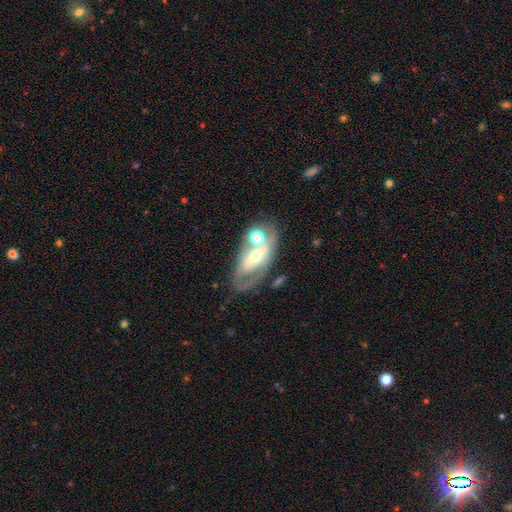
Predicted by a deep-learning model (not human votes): smooth_or_featured: featured or disk (p=0.69) [alt: smooth p=0.22]
disk_edge_on: no (p=0.87) [alt: yes p=0.13]
bar: strong (p=0.39) [alt: no p=0.33]
has_spiral_arms: no (p=0.56) [alt: yes p=0.44]
bulge_size: moderate (p=0.58) [alt: small p=0.33]
merging: none (p=0.48) [alt: merger p=0.23]